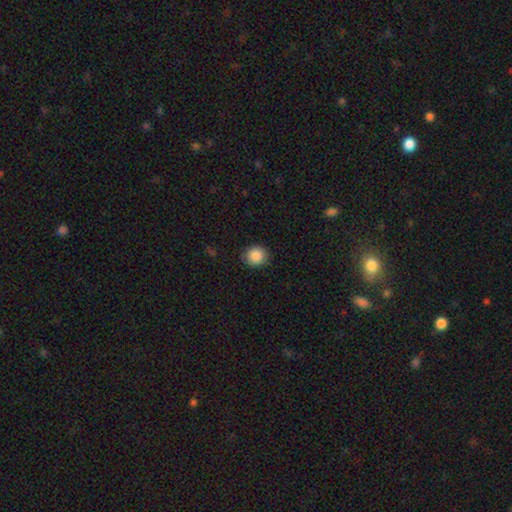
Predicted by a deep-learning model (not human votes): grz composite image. It shows a smooth galaxy with no disk features (88%) that is round (87%). Merging: none (88%).